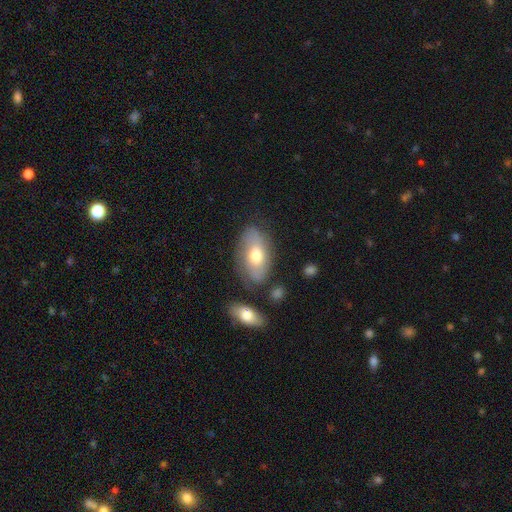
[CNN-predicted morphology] Q: Smooth or featured?
A: smooth (58%); runner-up: featured or disk (35%)
Q: How rounded?
A: in between (91%); runner-up: round (6%)
Q: Merging?
A: none (70%); runner-up: minor disturbance (19%)